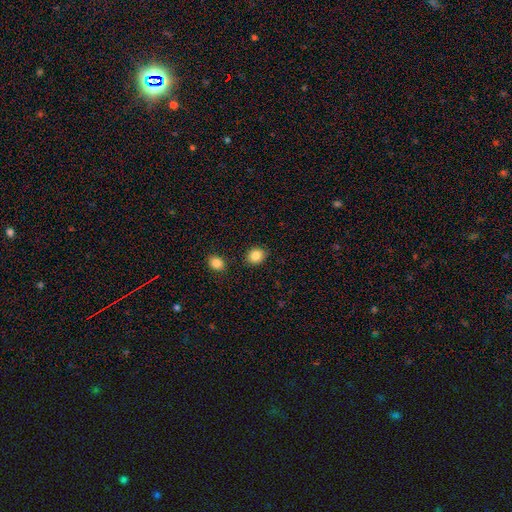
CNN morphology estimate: A smooth galaxy with no disk features (86%) that is round (60%).

Vote fractions:
- Smooth or featured? smooth: 86% / star or artifact: 9% / featured or disk: 5%
- How rounded? round: 60% / in between: 40% / cigar-shaped: 1%
- Merging? none: 87% / minor disturbance: 8% / merger: 3% / major disturbance: 2%